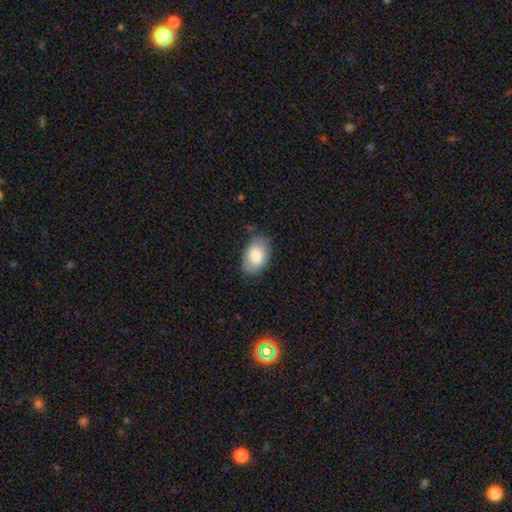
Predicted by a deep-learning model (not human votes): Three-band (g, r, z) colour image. It shows a smooth galaxy with no disk features (80%) that is in between round and cigar-shaped (90%). Merging: none (77%).